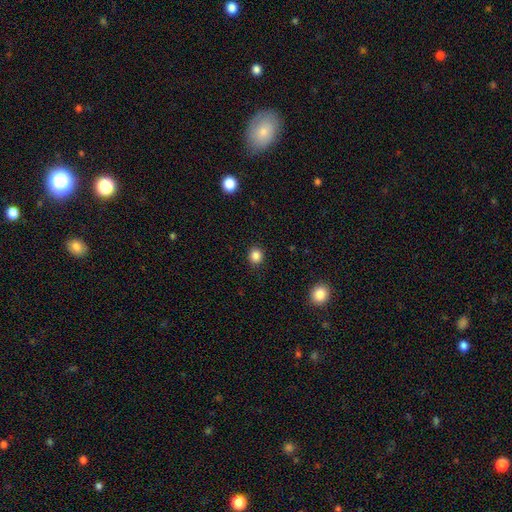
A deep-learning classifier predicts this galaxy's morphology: A smooth galaxy with no disk features (85%) that is round (86%).

Vote fractions:
- Smooth or featured? smooth: 85% / star or artifact: 11% / featured or disk: 4%
- How rounded? round: 86% / in between: 13% / cigar-shaped: 1%
- Merging? none: 91% / minor disturbance: 6% / major disturbance: 2% / merger: 1%